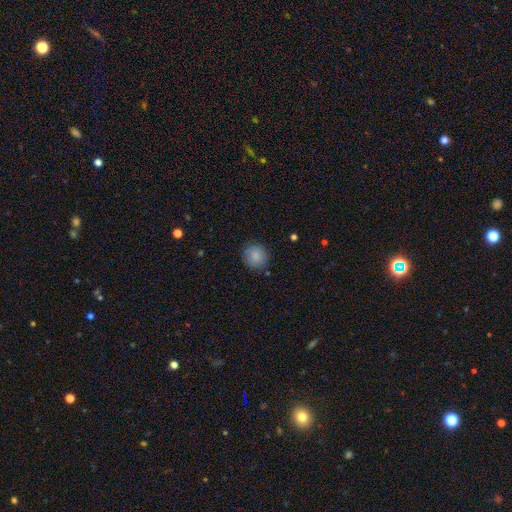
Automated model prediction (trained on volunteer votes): Q: Smooth or featured?
A: smooth (87%); runner-up: star or artifact (8%)
Q: How rounded?
A: round (89%); runner-up: in between (10%)
Q: Merging?
A: none (89%); runner-up: minor disturbance (8%)